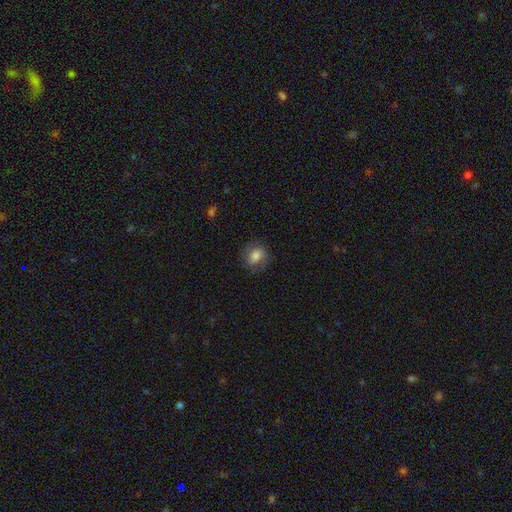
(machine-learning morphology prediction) Smooth or featured: smooth — 65% (featured or disk — 26%)
How rounded: round — 54% (in between — 44%)
Merging: none — 75% (minor disturbance — 16%)